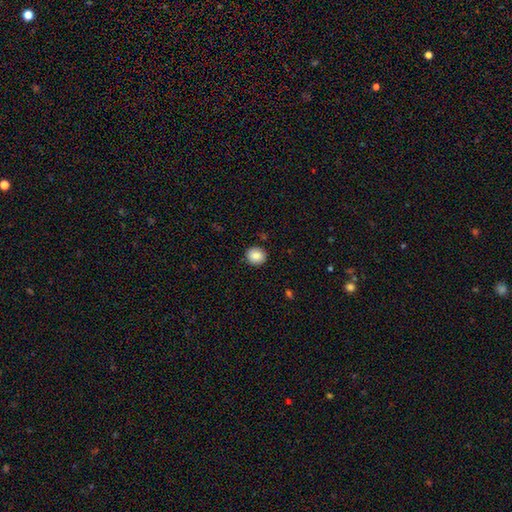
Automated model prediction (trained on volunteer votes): smooth 87%, star or artifact 8%, featured or disk 4%. Down the decision tree: how rounded — round (86%); merging — none (90%).